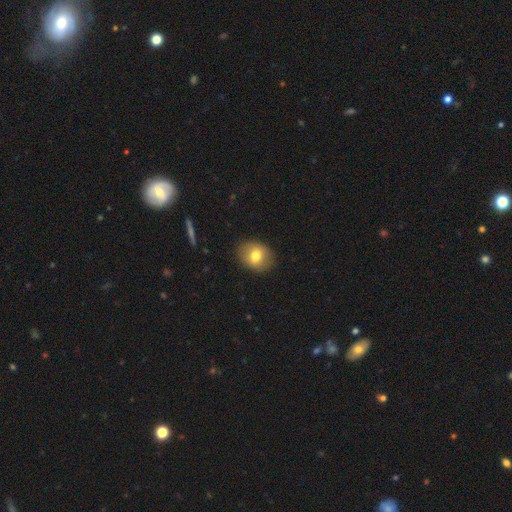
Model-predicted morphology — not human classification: The model was most divided on "how rounded": round: 56%, in between: 43%, cigar-shaped: 1%. More confident: merging — none (87%); smooth or featured — smooth (73%).